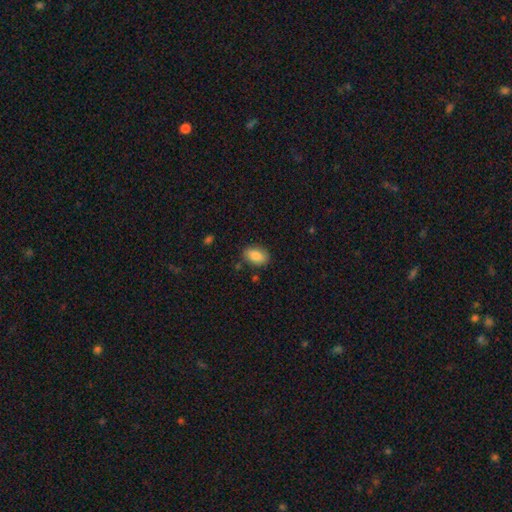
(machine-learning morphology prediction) Smooth or featured: smooth — 86% (star or artifact — 7%)
How rounded: in between — 89% (round — 9%)
Merging: none — 82% (minor disturbance — 13%)